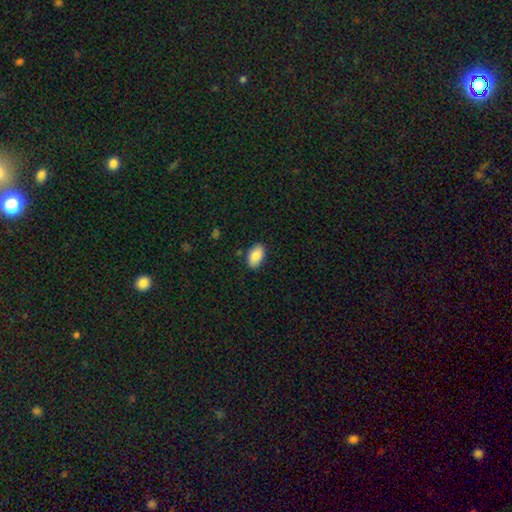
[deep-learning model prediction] This appears to be a smooth galaxy with no disk features (86%) that is in between round and cigar-shaped (93%). Merging: none (85%).